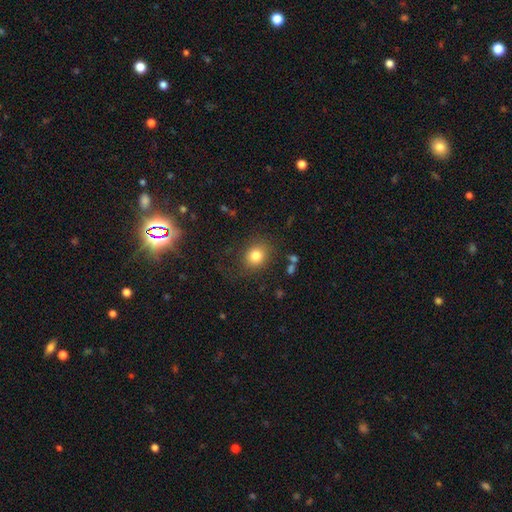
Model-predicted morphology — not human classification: A smooth galaxy with no disk features (81%) that is round (68%).

Vote fractions:
- Smooth or featured? smooth: 81% / star or artifact: 11% / featured or disk: 8%
- How rounded? round: 68% / in between: 31% / cigar-shaped: 1%
- Merging? none: 79% / minor disturbance: 12% / major disturbance: 7% / merger: 2%